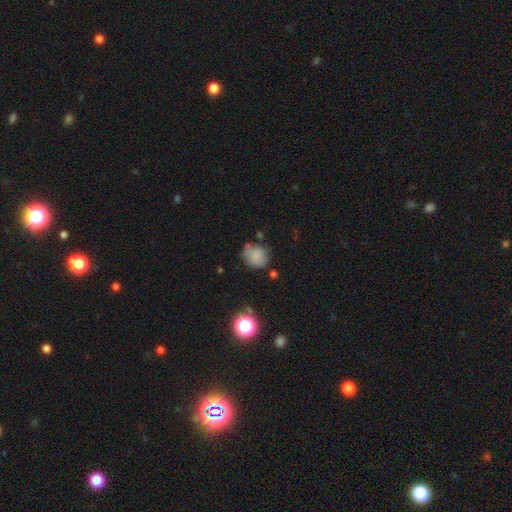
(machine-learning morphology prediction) Overall: smooth (77%). How rounded: round (74%). Merging: none (64%).